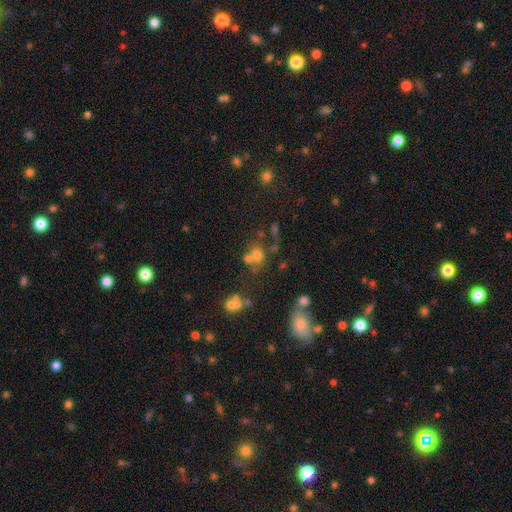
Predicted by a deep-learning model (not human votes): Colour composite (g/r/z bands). It shows a smooth galaxy with no disk features (62%) that is round (72%). Merging: none (49%).